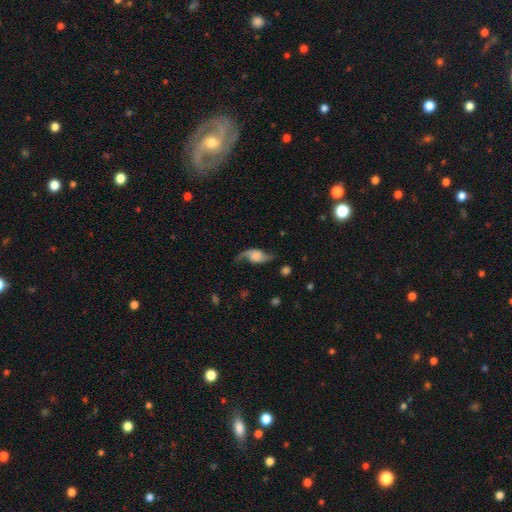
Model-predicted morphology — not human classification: smooth-or-featured: featured or disk: 76% | smooth: 16% | star or artifact: 7%
  disk-edge-on: no: 93% | yes: 7%
    bar: no: 66% | weak: 26% | strong: 8%
    has-spiral-arms: yes: 94% | no: 6%
      spiral-winding: loose: 84% | medium: 12% | tight: 3%
      spiral-arm-count: 2: 90% | 1: 5% | can't tell: 2% | 3: 1% | 4: 1% | more than 4: 1%
    bulge-size: none: 31% | large: 27% | small: 16% | moderate: 14% | dominant: 13%
  merging: none: 66% | minor disturbance: 20% | major disturbance: 12% | merger: 3%